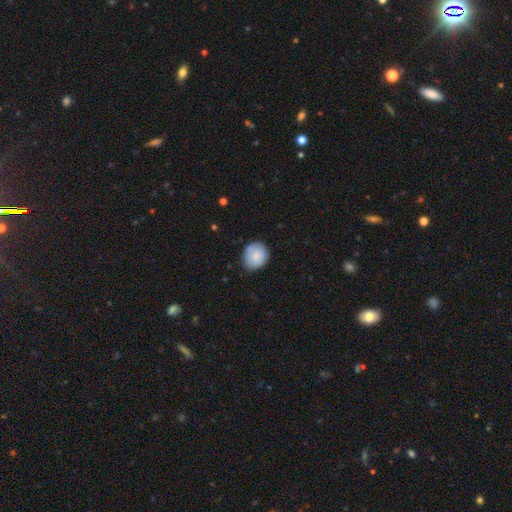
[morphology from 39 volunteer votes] A smooth galaxy with no disk features (95%) that is round (57%).

Vote fractions:
- Smooth or featured? smooth: 95% / featured or disk: 5% / star or artifact: 0%
- How rounded? round: 57% / in between: 43% / cigar-shaped: 0%
- Merging? none: 67% / minor disturbance: 26% / merger: 5% / major disturbance: 3%